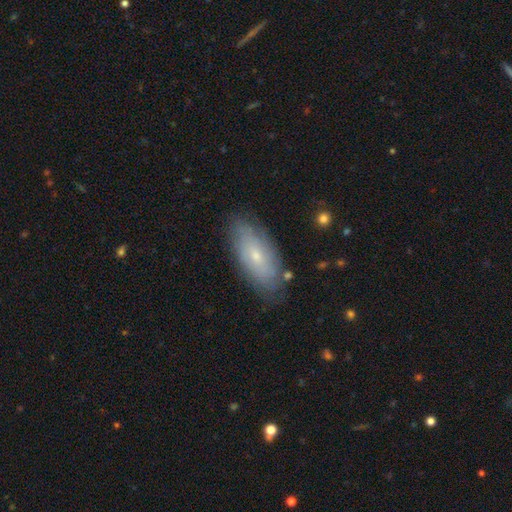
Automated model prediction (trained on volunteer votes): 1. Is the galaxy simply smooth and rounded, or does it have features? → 48% smooth, 44% featured or disk, 8% star or artifact.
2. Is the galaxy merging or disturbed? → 80% none, 15% minor disturbance, 3% major disturbance, 2% merger.